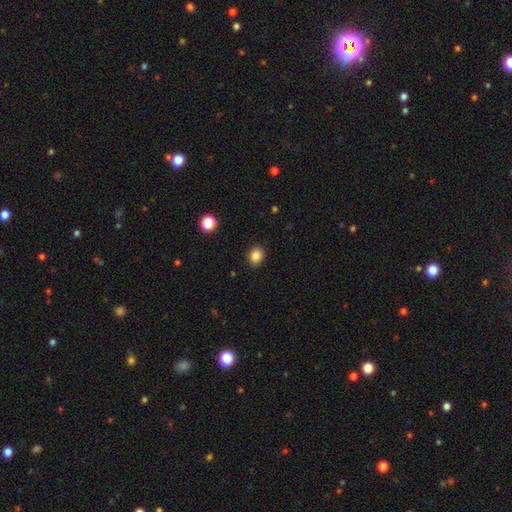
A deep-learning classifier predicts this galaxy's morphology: smooth_or_featured: smooth (p=0.85) [alt: star or artifact p=0.10]
how_rounded: round (p=0.54) [alt: in between p=0.46]
merging: none (p=0.90) [alt: minor disturbance p=0.07]